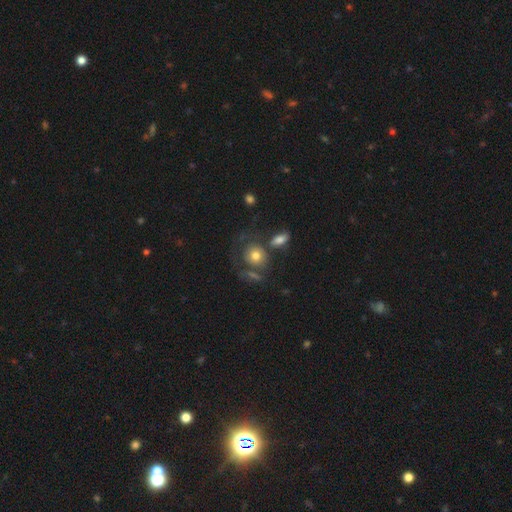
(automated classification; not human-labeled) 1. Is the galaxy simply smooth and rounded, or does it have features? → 70% smooth, 20% featured or disk, 9% star or artifact.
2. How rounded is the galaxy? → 75% round, 24% in between, 1% cigar-shaped.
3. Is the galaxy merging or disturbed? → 47% none, 19% minor disturbance, 18% merger, 17% major disturbance.